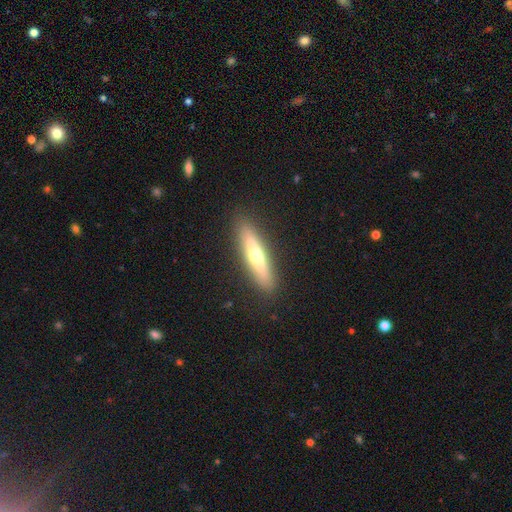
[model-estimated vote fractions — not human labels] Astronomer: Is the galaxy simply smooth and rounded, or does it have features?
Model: featured or disk — 47%, tied with smooth at 47%.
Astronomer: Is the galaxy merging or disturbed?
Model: none — 90%.